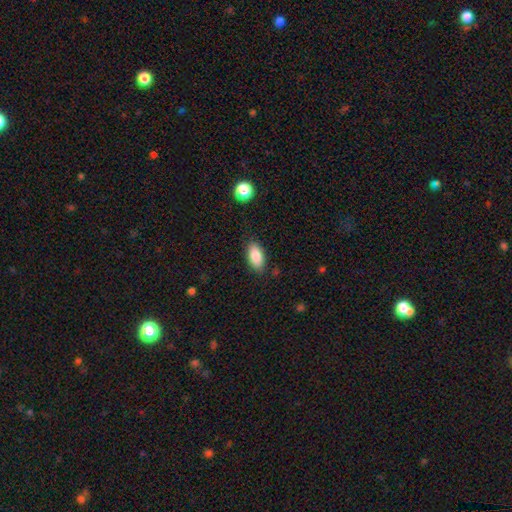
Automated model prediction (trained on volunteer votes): This appears to be a smooth galaxy with no disk features (87%) that is in between round and cigar-shaped (91%). Merging: none (85%).